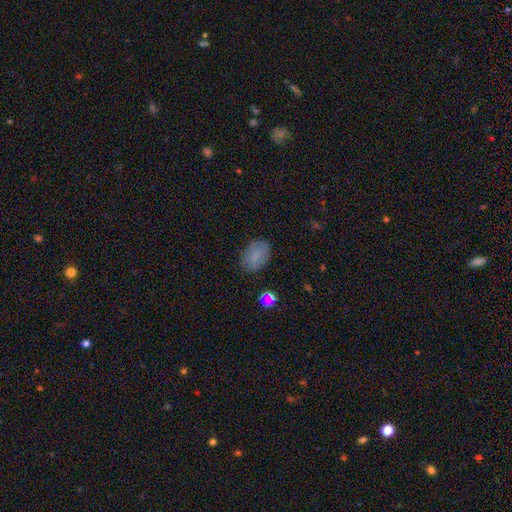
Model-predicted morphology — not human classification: This appears to be a smooth galaxy with no disk features (77%) that is in between round and cigar-shaped (84%). Merging: none (80%).